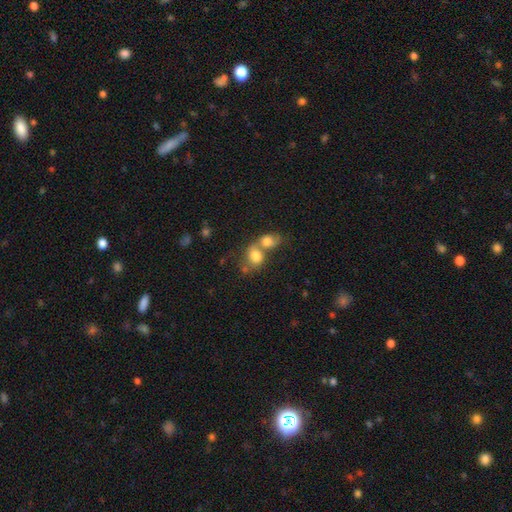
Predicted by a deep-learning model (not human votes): smooth 76%, featured or disk 14%, star or artifact 9%. Down the decision tree: how rounded — round (53%); merging — merger (65%).